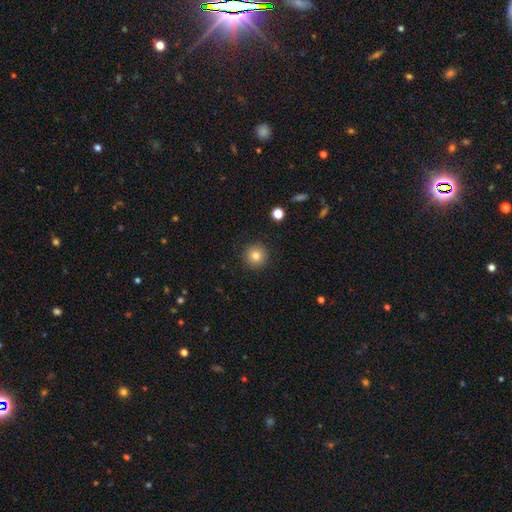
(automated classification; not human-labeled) Overall: smooth (81%). How rounded: round (95%). Merging: none (92%).